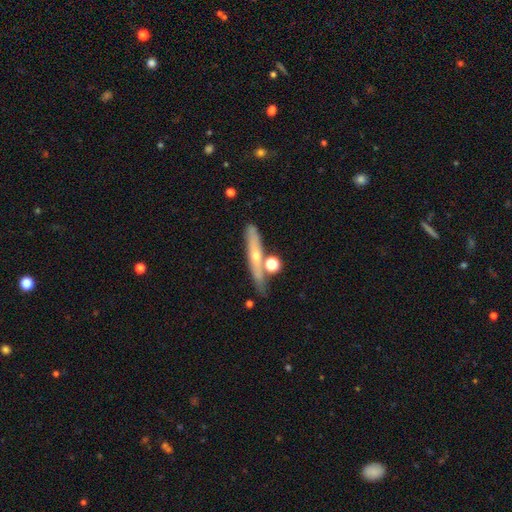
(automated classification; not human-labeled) A featured or disk galaxy (54%) viewed edge-on (83%). Merging: none (65%).